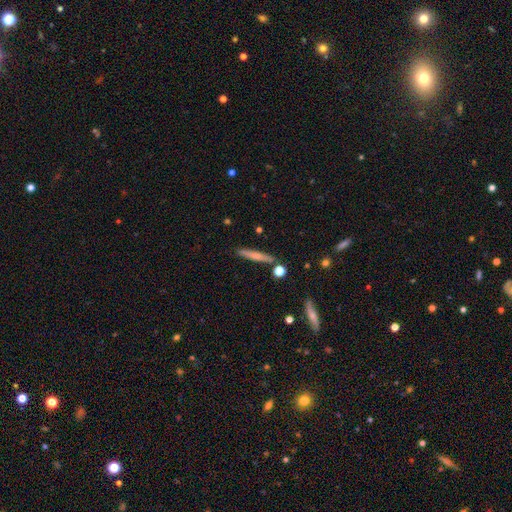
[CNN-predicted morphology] The model was most divided on "smooth or featured": smooth: 64%, featured or disk: 30%, star or artifact: 7%. More confident: how rounded — cigar-shaped (93%); merging — none (85%).